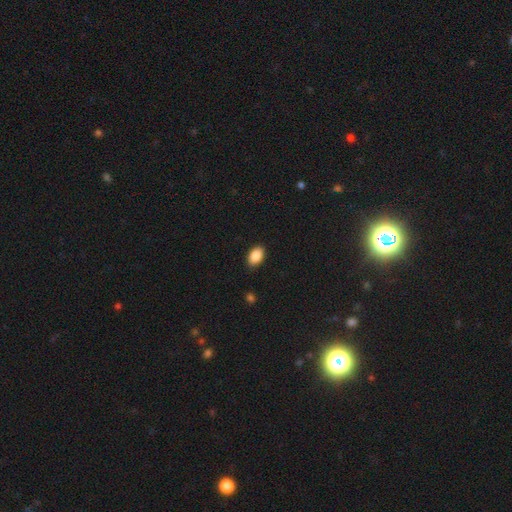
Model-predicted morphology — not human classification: Smooth or featured? Predicted: smooth (p=0.88). How rounded? Predicted: in between (p=0.91). Merging? Predicted: none (p=0.89).